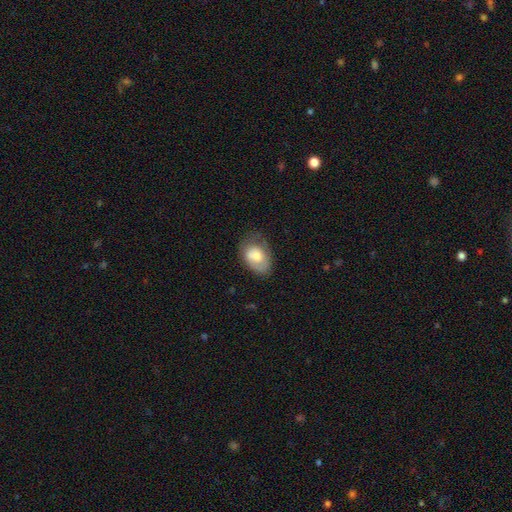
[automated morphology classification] This appears to be a smooth galaxy with no disk features (68%) that is in between round and cigar-shaped (80%). Merging: none (51%).